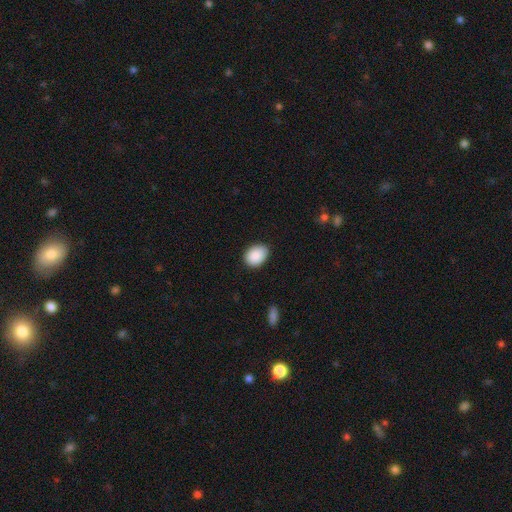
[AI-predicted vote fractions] The model was most divided on "how rounded": in between: 71%, round: 28%, cigar-shaped: 1%. More confident: smooth or featured — smooth (90%); merging — none (86%).